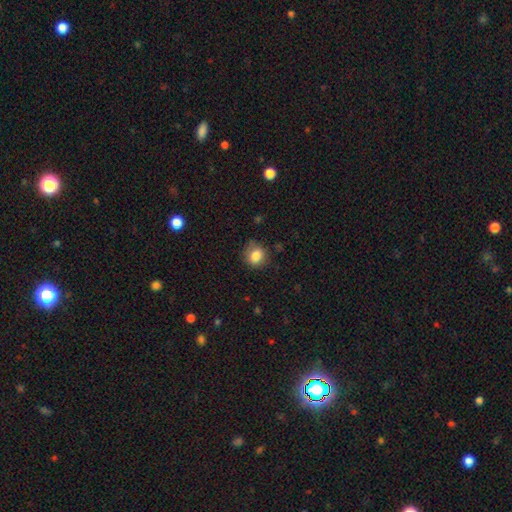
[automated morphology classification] A smooth galaxy with no disk features (84%) that is round (74%). Merging: none (72%).